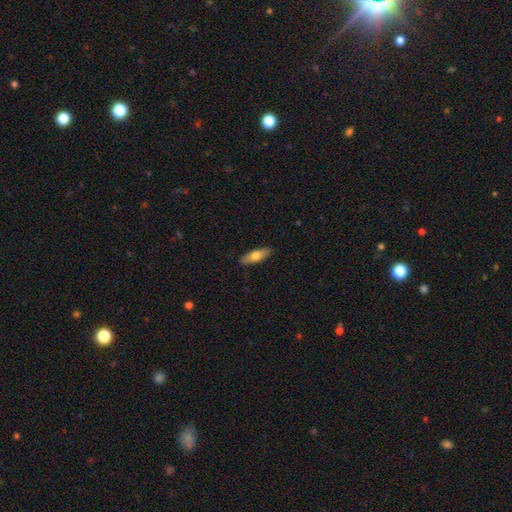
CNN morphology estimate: The model was most divided on "how rounded": in between: 50%, cigar-shaped: 47%, round: 3%. More confident: merging — none (89%); smooth or featured — smooth (63%).